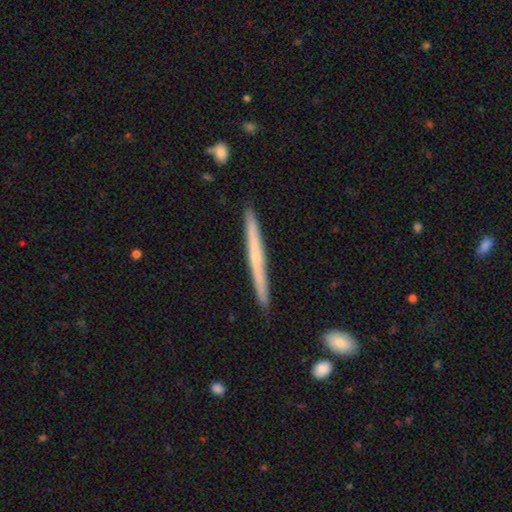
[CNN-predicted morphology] smooth_or_featured: featured or disk (p=0.55) [alt: smooth p=0.39]
disk_edge_on: yes (p=0.97) [alt: no p=0.03]
edge_on_bulge: none (p=0.65) [alt: rounded p=0.30]
merging: none (p=0.90) [alt: minor disturbance p=0.07]